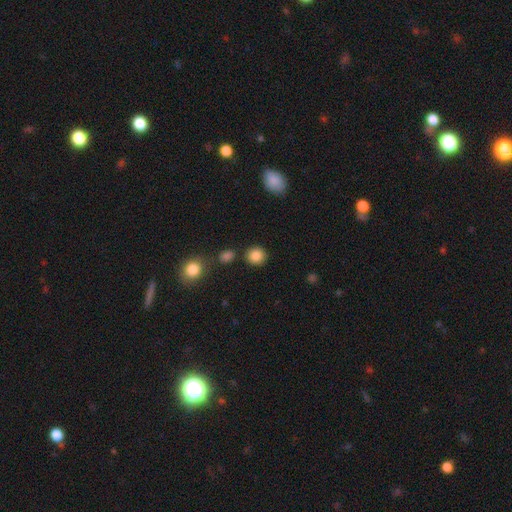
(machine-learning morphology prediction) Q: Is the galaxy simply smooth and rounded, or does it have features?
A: smooth — 87%.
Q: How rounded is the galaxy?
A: round — 87%.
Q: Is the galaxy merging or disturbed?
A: none — 85%.